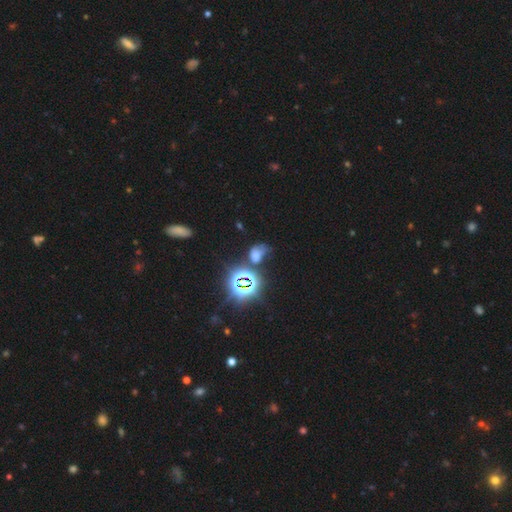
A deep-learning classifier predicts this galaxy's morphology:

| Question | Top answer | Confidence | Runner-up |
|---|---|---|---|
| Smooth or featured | star or artifact | 53% | smooth (33%) |